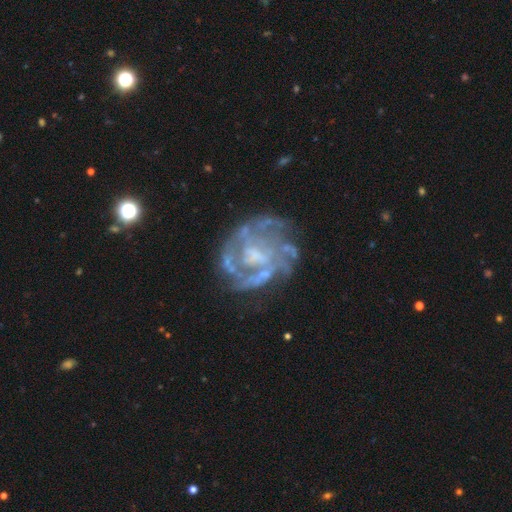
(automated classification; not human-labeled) smooth-or-featured: featured or disk: 83% | smooth: 9% | star or artifact: 8%
  disk-edge-on: no: 98% | yes: 2%
    bar: no: 52% | weak: 38% | strong: 10%
    has-spiral-arms: yes: 75% | no: 25%
      spiral-winding: tight: 50% | medium: 36% | loose: 14%
      spiral-arm-count: can't tell: 48% | 3: 16% | 2: 13% | 4: 11% | more than 4: 6% | 1: 6%
    bulge-size: moderate: 33% | small: 31% | none: 30% | large: 4% | dominant: 1%
  merging: none: 60% | minor disturbance: 19% | major disturbance: 17% | merger: 4%